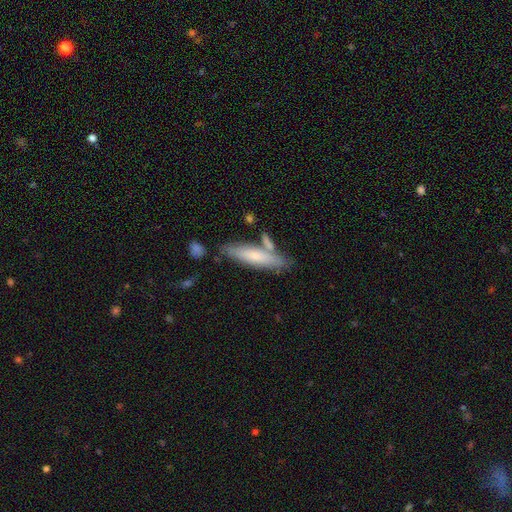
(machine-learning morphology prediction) Smooth or featured? Predicted: smooth (p=0.66). How rounded? Predicted: cigar-shaped (p=0.75). Merging? Predicted: none (p=0.67).